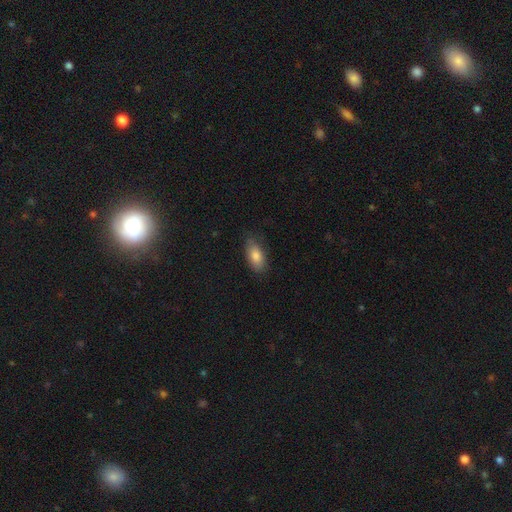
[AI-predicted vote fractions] A smooth galaxy with no disk features (82%) that is in between round and cigar-shaped (89%).

Vote fractions:
- Smooth or featured? smooth: 82% / featured or disk: 11% / star or artifact: 7%
- How rounded? in between: 89% / cigar-shaped: 8% / round: 3%
- Merging? none: 77% / minor disturbance: 18% / major disturbance: 4% / merger: 1%